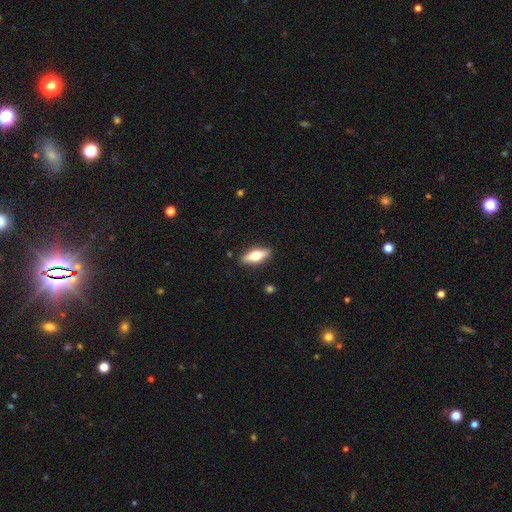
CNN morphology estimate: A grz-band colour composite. It shows a smooth galaxy with no disk features (52%) that is in between round and cigar-shaped (63%). Merging: none (89%).